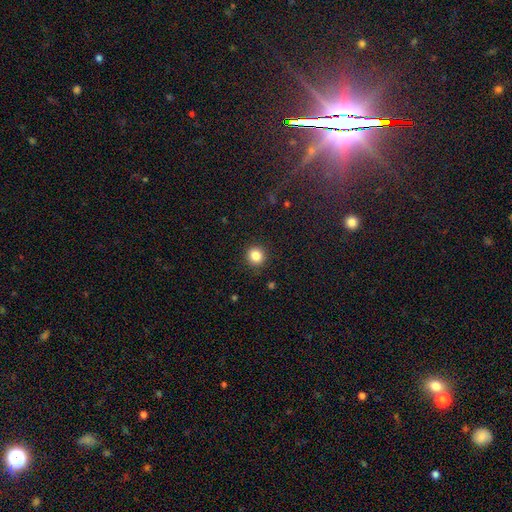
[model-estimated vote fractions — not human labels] Morphology: type=smooth (85%); roundness=round (91%); merging=none (91%).